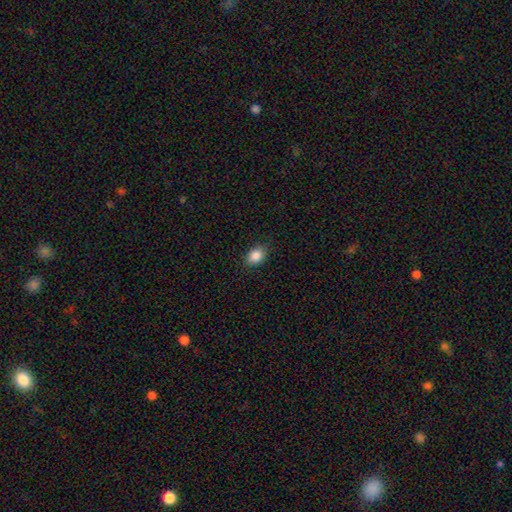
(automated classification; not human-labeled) This appears to be a smooth galaxy with no disk features (86%) that is in between round and cigar-shaped (71%). Merging: none (85%).